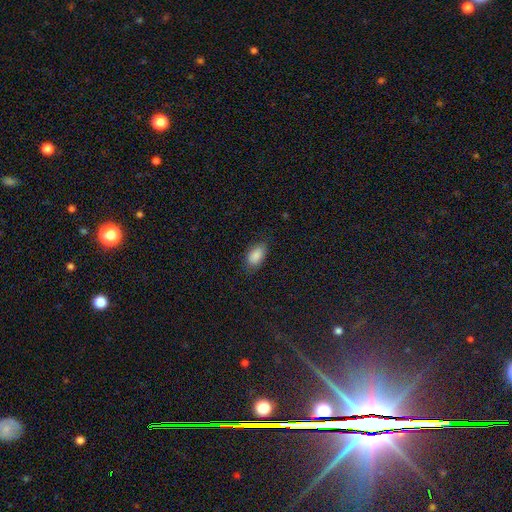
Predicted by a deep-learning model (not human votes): A smooth galaxy with no disk features (87%) that is in between round and cigar-shaped (93%). Merging: none (77%).